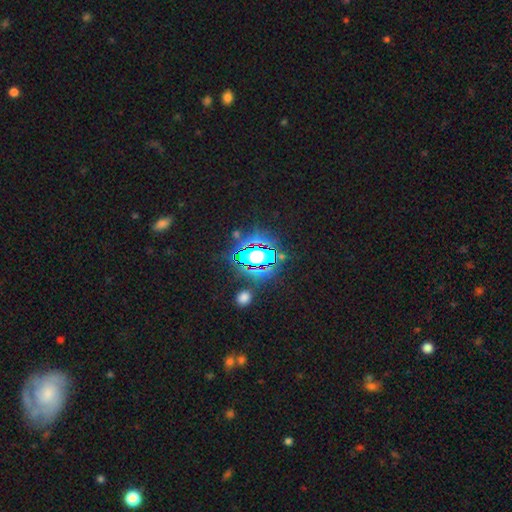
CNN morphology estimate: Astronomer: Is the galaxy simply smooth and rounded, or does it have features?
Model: star or artifact — 81%.